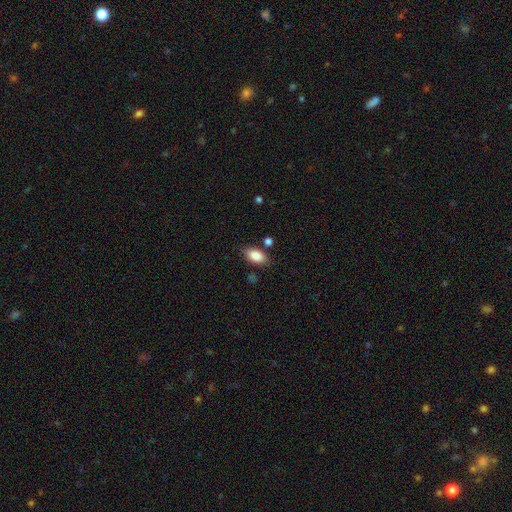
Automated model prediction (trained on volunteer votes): A smooth galaxy with no disk features (87%) that is in between round and cigar-shaped (91%).

Vote fractions:
- Smooth or featured? smooth: 87% / star or artifact: 7% / featured or disk: 5%
- How rounded? in between: 91% / round: 6% / cigar-shaped: 3%
- Merging? none: 79% / minor disturbance: 13% / merger: 5% / major disturbance: 3%